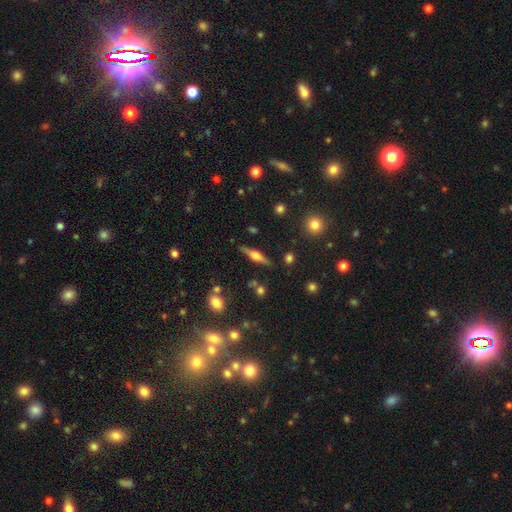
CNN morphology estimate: A featured or disk galaxy (70%) viewed edge-on (97%) with a rounded central bulge (88%).

Vote fractions:
- Smooth or featured? featured or disk: 70% / smooth: 23% / star or artifact: 7%
- Edge-on disk? yes: 97% / no: 3%
- Edge-on bulge? rounded: 88% / boxy: 10% / none: 2%
- Merging? none: 85% / minor disturbance: 9% / merger: 3% / major disturbance: 2%